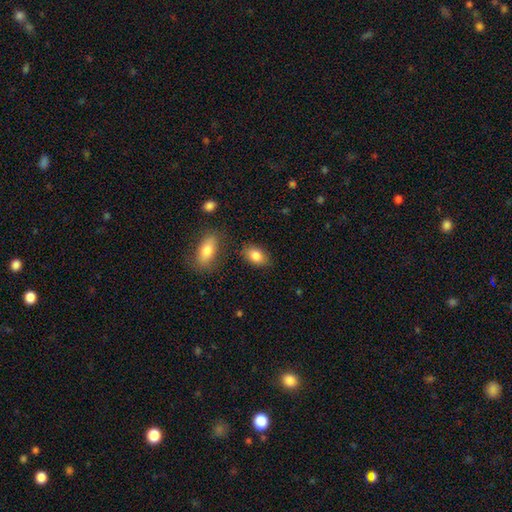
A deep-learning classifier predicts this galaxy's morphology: Smooth or featured: smooth — 85% (star or artifact — 7%)
How rounded: in between — 87% (round — 11%)
Merging: none — 81% (minor disturbance — 12%)